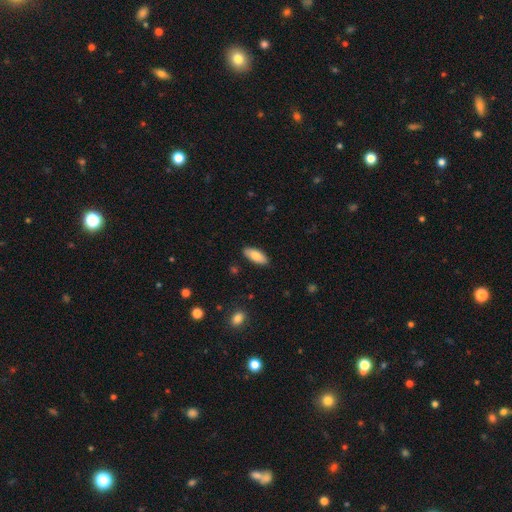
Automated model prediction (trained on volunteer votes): smooth 81%, featured or disk 13%, star or artifact 6%. Down the decision tree: how rounded — in between (81%); merging — none (88%).